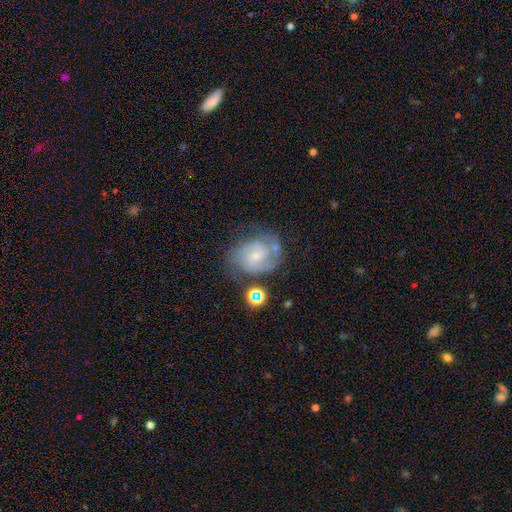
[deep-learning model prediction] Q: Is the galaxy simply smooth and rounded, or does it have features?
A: featured or disk — 75%.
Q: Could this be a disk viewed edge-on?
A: no — 98%.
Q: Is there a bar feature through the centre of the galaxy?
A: no — 55%.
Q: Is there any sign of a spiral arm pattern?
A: yes — 92%.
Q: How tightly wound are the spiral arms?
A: medium — 46%.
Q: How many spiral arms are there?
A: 2 — 60%.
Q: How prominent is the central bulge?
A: small — 61%.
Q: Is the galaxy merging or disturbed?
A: none — 56%.